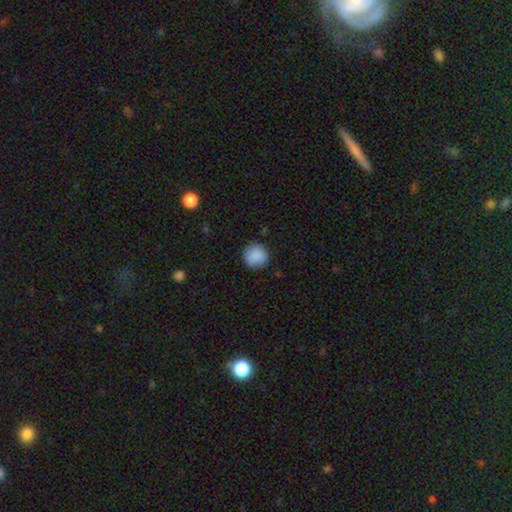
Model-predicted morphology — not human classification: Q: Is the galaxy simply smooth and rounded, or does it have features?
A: smooth — 89%.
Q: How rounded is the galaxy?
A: round — 94%.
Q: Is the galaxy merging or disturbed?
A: none — 87%.